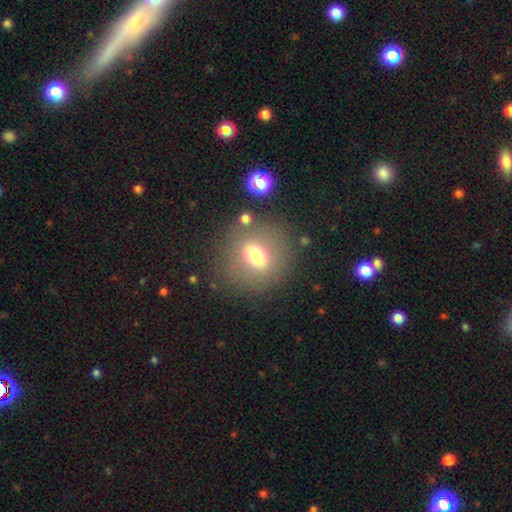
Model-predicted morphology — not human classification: Q: Smooth or featured?
A: smooth (60%); runner-up: featured or disk (26%)
Q: How rounded?
A: round (74%); runner-up: in between (24%)
Q: Merging?
A: none (77%); runner-up: minor disturbance (11%)